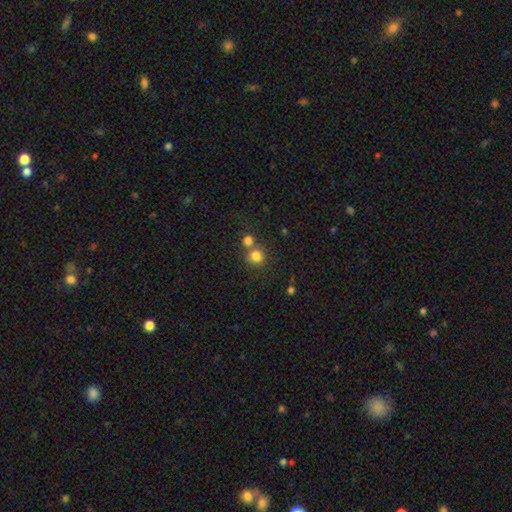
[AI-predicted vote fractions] Q: Smooth or featured?
A: smooth (80%); runner-up: star or artifact (12%)
Q: How rounded?
A: round (88%); runner-up: in between (11%)
Q: Merging?
A: none (54%); runner-up: merger (35%)